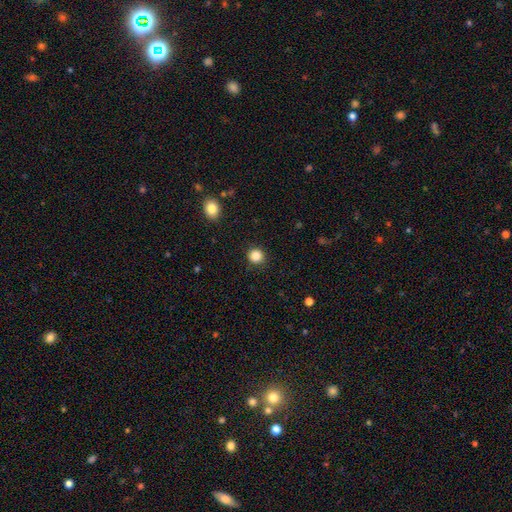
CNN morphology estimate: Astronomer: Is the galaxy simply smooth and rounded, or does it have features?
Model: smooth — 85%.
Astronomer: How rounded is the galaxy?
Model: round — 91%.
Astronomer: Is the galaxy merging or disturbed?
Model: none — 91%.